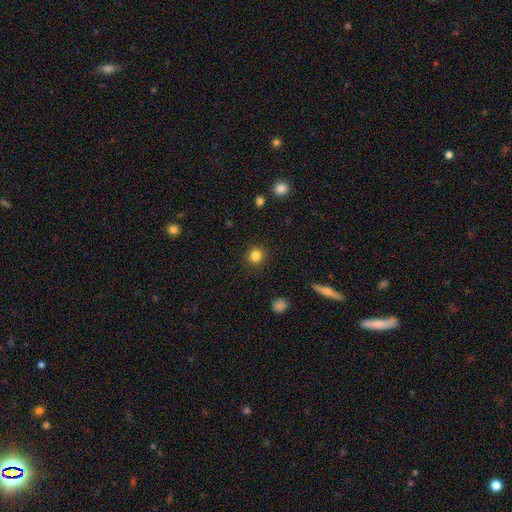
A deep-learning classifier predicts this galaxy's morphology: This is clearly a smooth galaxy (84%). How rounded: clearly round (91%). Merging: clearly none (91%).